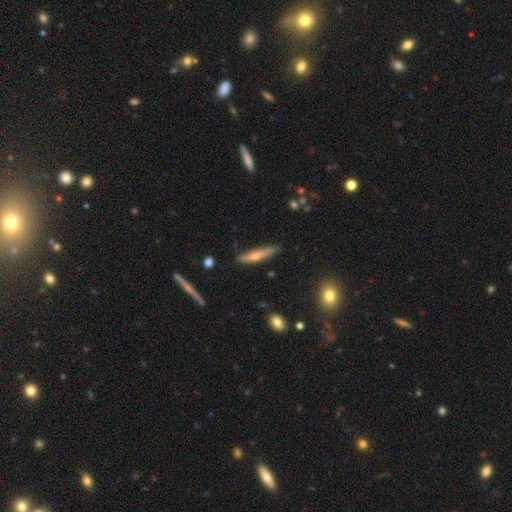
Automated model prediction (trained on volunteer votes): Smooth or featured?
  - smooth: 51% *
  - featured or disk: 42%
  - star or artifact: 6%
How rounded?
  - cigar-shaped: 88% *
  - in between: 10%
  - round: 2%
Merging?
  - none: 82% *
  - minor disturbance: 14%
  - major disturbance: 2%
  - merger: 2%